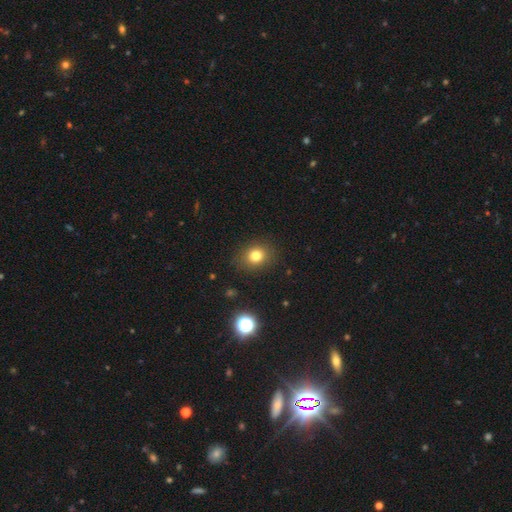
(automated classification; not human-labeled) A smooth galaxy with no disk features (78%) that is round (65%). Merging: none (87%).